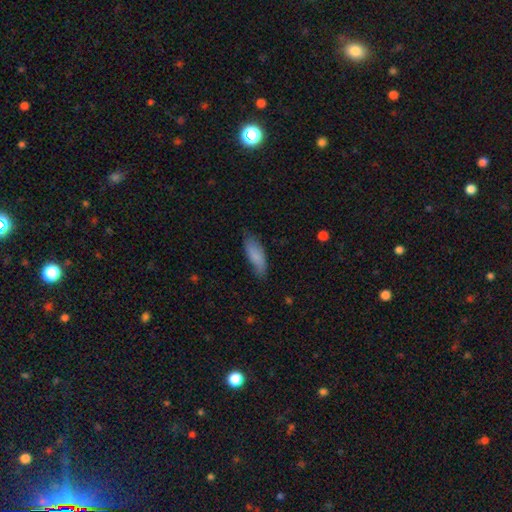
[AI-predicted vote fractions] Q: Smooth or featured?
A: smooth (81%); runner-up: featured or disk (13%)
Q: How rounded?
A: in between (62%); runner-up: cigar-shaped (37%)
Q: Merging?
A: none (70%); runner-up: minor disturbance (24%)